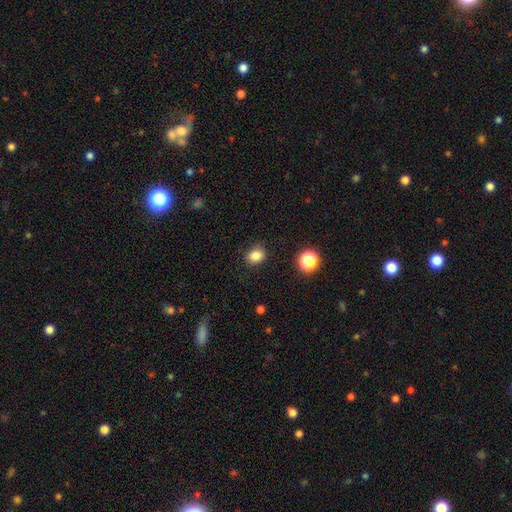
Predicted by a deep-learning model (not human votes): The model was most divided on "how rounded": in between: 50%, round: 49%, cigar-shaped: 1%. More confident: merging — none (86%); smooth or featured — smooth (84%).